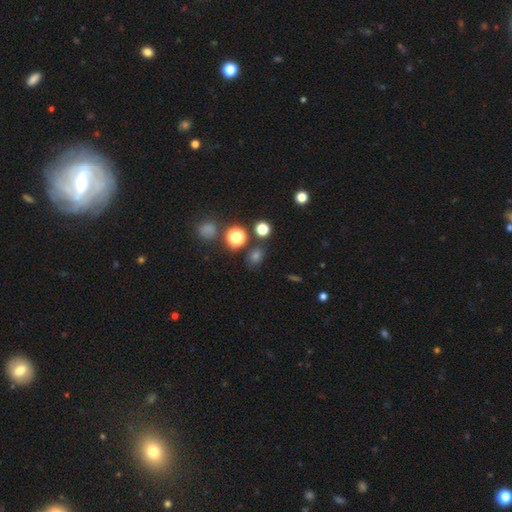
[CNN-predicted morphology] smooth-or-featured: smooth: 58% | star or artifact: 35% | featured or disk: 7%
  how-rounded: round: 65% | in between: 33% | cigar-shaped: 2%
  merging: none: 80% | minor disturbance: 9% | merger: 7% | major disturbance: 4%